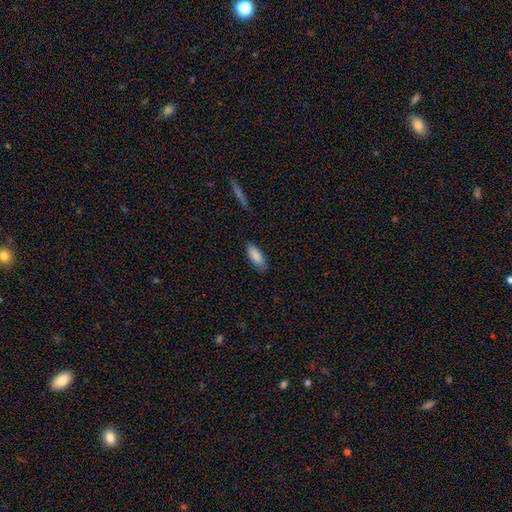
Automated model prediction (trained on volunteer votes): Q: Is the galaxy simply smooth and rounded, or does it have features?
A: smooth — 87%.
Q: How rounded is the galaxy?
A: in between — 77%.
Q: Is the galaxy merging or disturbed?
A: none — 82%.